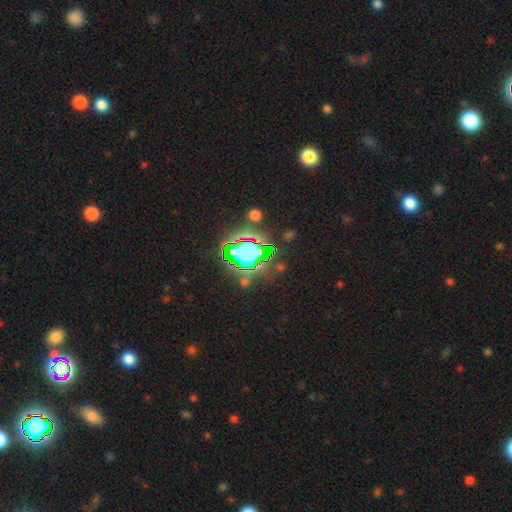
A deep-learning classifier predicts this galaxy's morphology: A star or artifact, not a galaxy (71%).